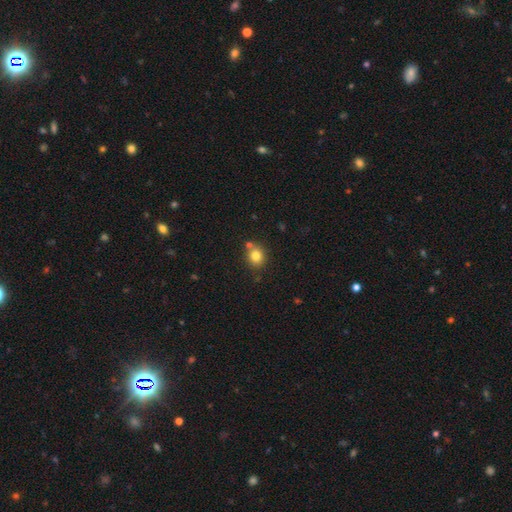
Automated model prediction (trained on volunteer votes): A smooth galaxy with no disk features (81%) that is round (80%).

Vote fractions:
- Smooth or featured? smooth: 81% / star or artifact: 12% / featured or disk: 8%
- How rounded? round: 80% / in between: 19% / cigar-shaped: 1%
- Merging? none: 70% / merger: 16% / minor disturbance: 11% / major disturbance: 3%